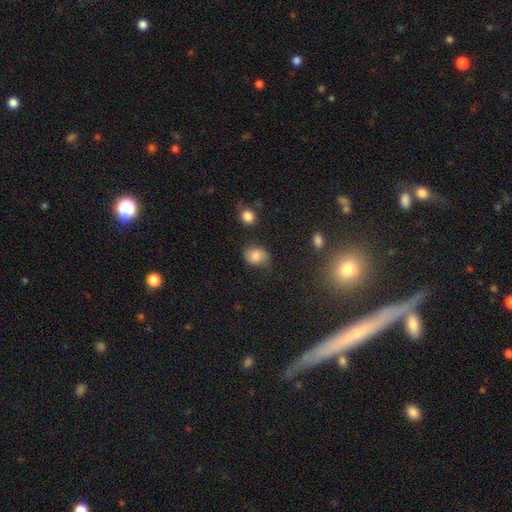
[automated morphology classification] A smooth galaxy with no disk features (70%) that is in between round and cigar-shaped (53%).

Vote fractions:
- Smooth or featured? smooth: 70% / featured or disk: 19% / star or artifact: 10%
- How rounded? in between: 53% / round: 45% / cigar-shaped: 1%
- Merging? none: 60% / minor disturbance: 27% / major disturbance: 9% / merger: 3%